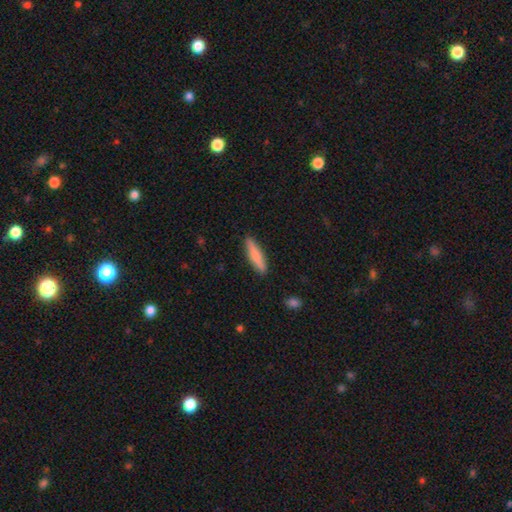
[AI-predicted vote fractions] A smooth galaxy with no disk features (75%) that is cigar-shaped (82%). Merging: none (88%).